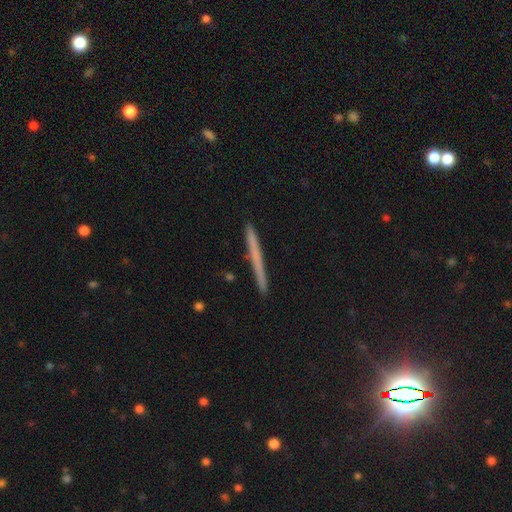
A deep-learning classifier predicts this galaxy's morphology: smooth 48%, featured or disk 43%, star or artifact 9%. Down the decision tree: merging — none (91%).